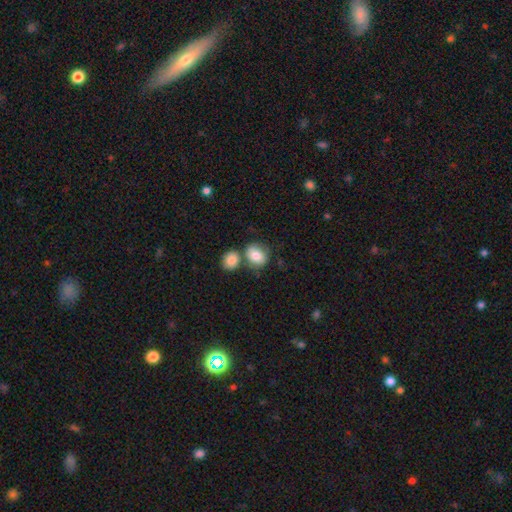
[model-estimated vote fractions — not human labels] Q: Smooth or featured?
A: smooth (81%); runner-up: featured or disk (11%)
Q: How rounded?
A: round (57%); runner-up: in between (42%)
Q: Merging?
A: none (51%); runner-up: merger (33%)